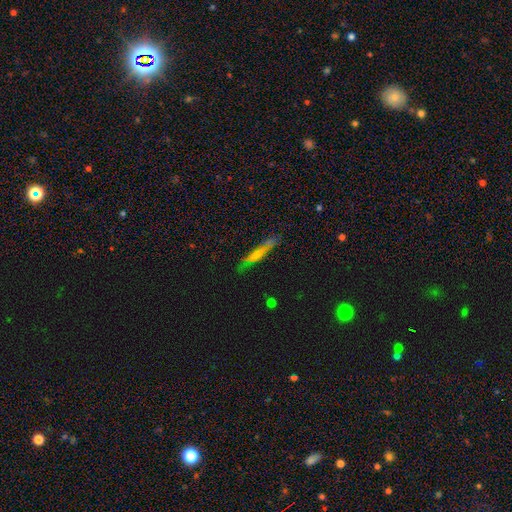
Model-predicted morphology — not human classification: Overall: featured or disk (47%; smooth 39%). Merging: none (72%).